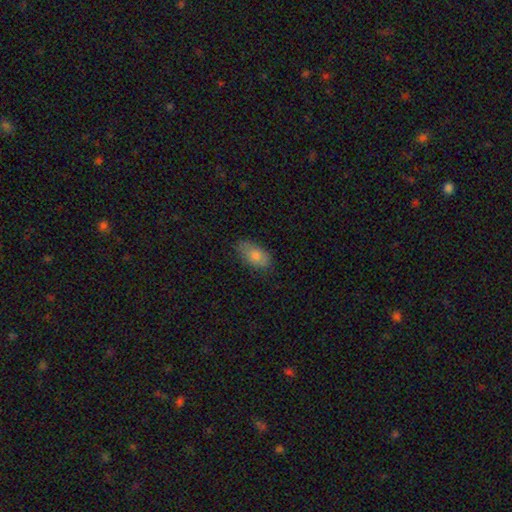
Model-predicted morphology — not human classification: smooth_or_featured: smooth (p=0.78) [alt: featured or disk p=0.14]
how_rounded: in between (p=0.91) [alt: round p=0.04]
merging: none (p=0.74) [alt: minor disturbance p=0.21]